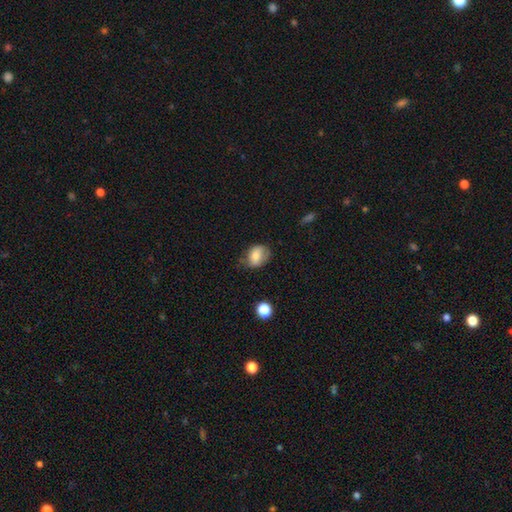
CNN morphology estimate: A smooth galaxy with no disk features (74%) that is in between round and cigar-shaped (66%).

Vote fractions:
- Smooth or featured? smooth: 74% / featured or disk: 18% / star or artifact: 9%
- How rounded? in between: 66% / round: 33% / cigar-shaped: 1%
- Merging? none: 60% / minor disturbance: 29% / major disturbance: 9% / merger: 2%